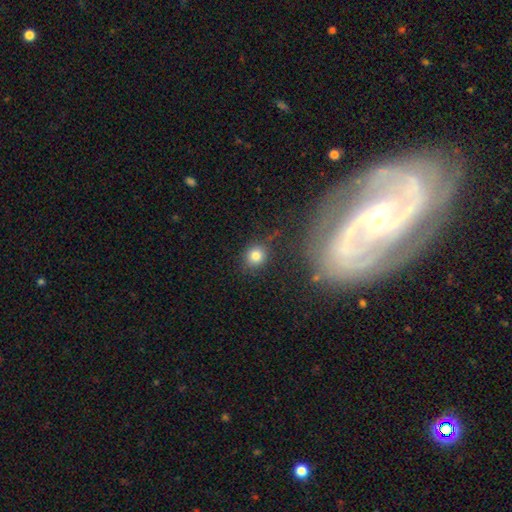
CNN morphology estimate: This is clearly a smooth galaxy (82%). How rounded: clearly round (80%). Merging: clearly none (81%).